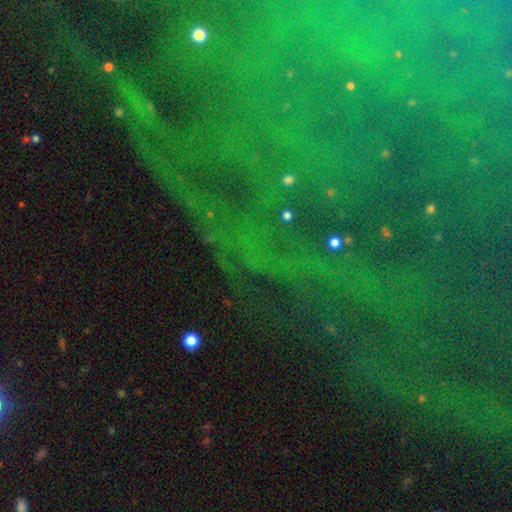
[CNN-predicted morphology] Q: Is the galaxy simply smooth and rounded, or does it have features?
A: star or artifact — 81%.